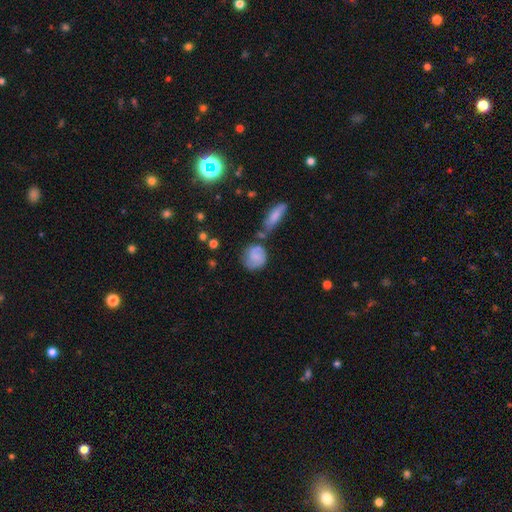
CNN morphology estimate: Q: Smooth or featured?
A: smooth (68%); runner-up: featured or disk (24%)
Q: How rounded?
A: round (74%); runner-up: in between (23%)
Q: Merging?
A: none (54%); runner-up: minor disturbance (23%)